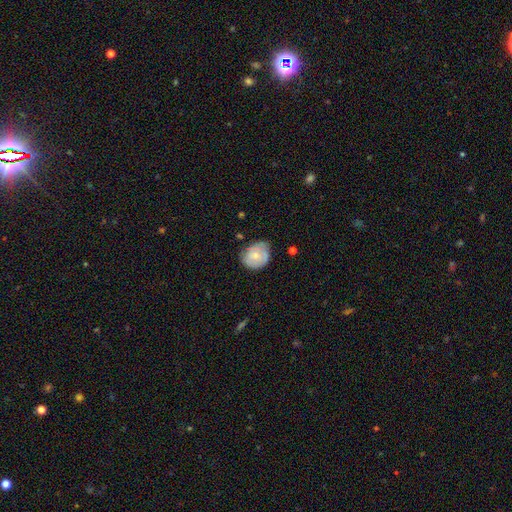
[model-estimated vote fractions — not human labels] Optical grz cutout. It shows a smooth galaxy with no disk features (59%) that is round (59%). Merging: none (55%).